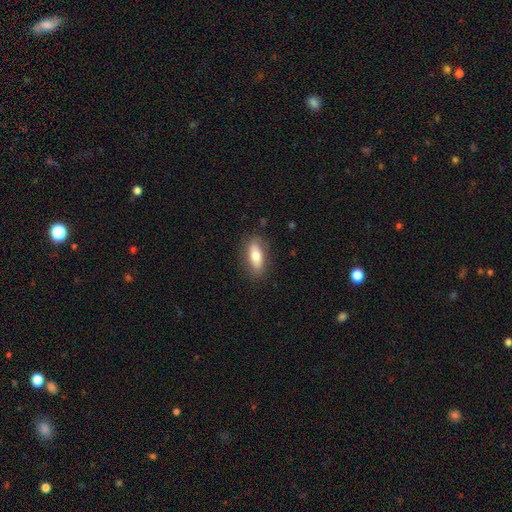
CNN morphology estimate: This is likely a smooth galaxy (73%). How rounded: likely in between (75%). Merging: clearly none (82%).